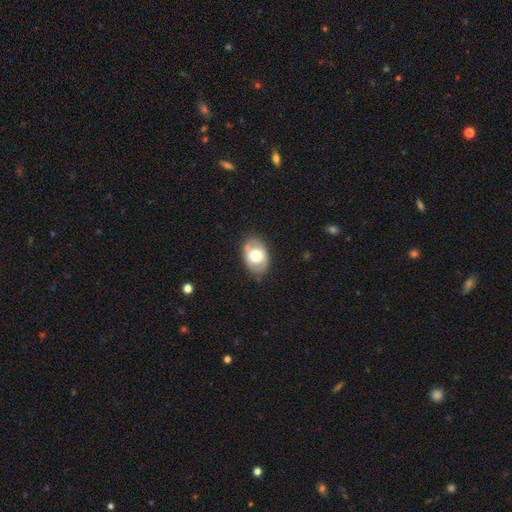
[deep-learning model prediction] Smooth or featured? Predicted: smooth (p=0.65). How rounded? Predicted: in between (p=0.83). Merging? Predicted: none (p=0.76).